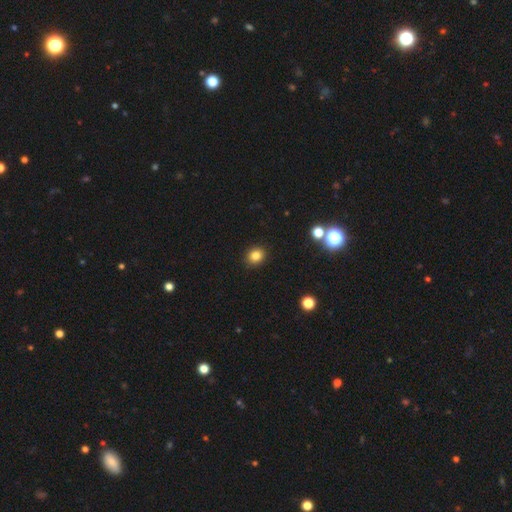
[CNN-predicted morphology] A smooth galaxy with no disk features (83%) that is round (74%).

Vote fractions:
- Smooth or featured? smooth: 83% / star or artifact: 12% / featured or disk: 5%
- How rounded? round: 74% / in between: 25% / cigar-shaped: 1%
- Merging? none: 91% / minor disturbance: 6% / major disturbance: 2% / merger: 1%